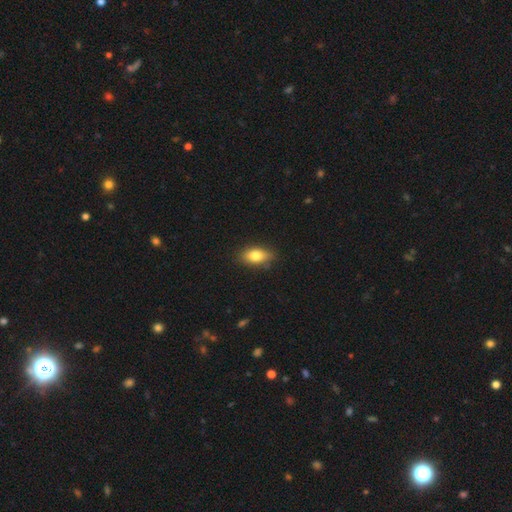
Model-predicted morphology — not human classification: smooth_or_featured: smooth (p=0.79) [alt: featured or disk p=0.13]
how_rounded: in between (p=0.86) [alt: round p=0.07]
merging: none (p=0.82) [alt: minor disturbance p=0.14]